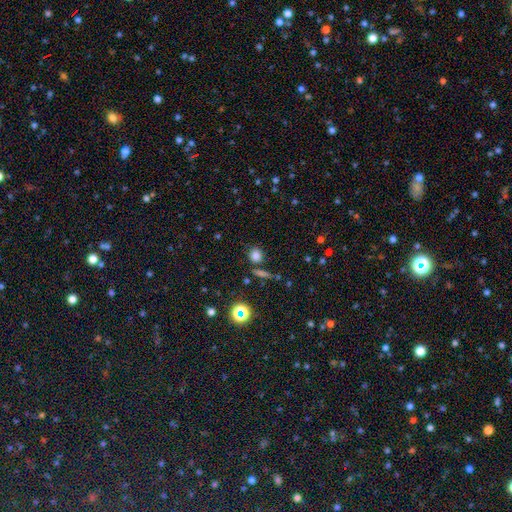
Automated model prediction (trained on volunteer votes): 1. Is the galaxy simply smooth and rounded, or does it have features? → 76% smooth, 17% star or artifact, 6% featured or disk.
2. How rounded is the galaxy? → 82% round, 15% in between, 3% cigar-shaped.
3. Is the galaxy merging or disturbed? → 77% none, 11% minor disturbance, 8% merger, 4% major disturbance.